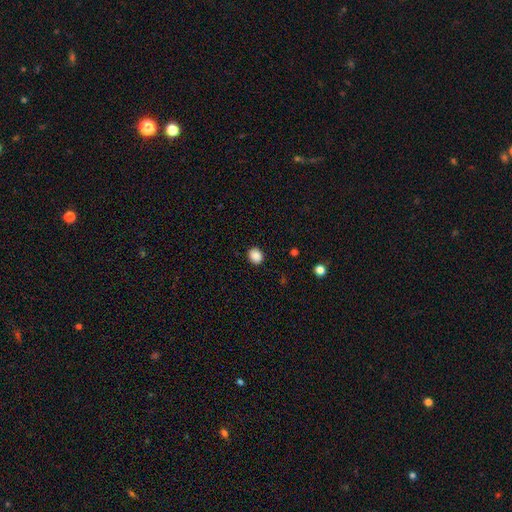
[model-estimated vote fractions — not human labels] This is clearly a smooth galaxy (88%). How rounded: likely round (61%). Merging: clearly none (90%).